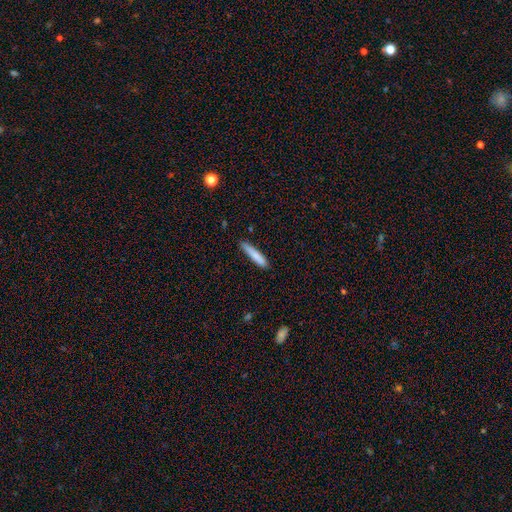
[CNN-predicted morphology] This is clearly a smooth galaxy (81%). How rounded: clearly cigar-shaped (91%). Merging: clearly none (82%).